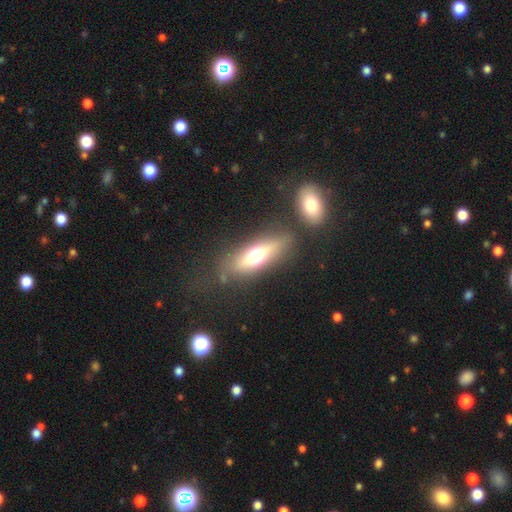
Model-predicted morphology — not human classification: Smooth or featured? smooth (51%)
How rounded? in between (60%)
Merging? none (72%)